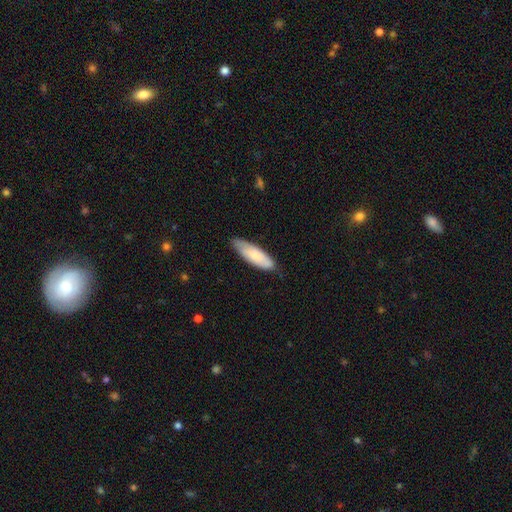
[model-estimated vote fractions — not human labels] Smooth or featured?
  - smooth: 74% *
  - featured or disk: 20%
  - star or artifact: 6%
How rounded?
  - in between: 54% *
  - cigar-shaped: 45%
  - round: 1%
Merging?
  - none: 75% *
  - minor disturbance: 21%
  - major disturbance: 3%
  - merger: 1%